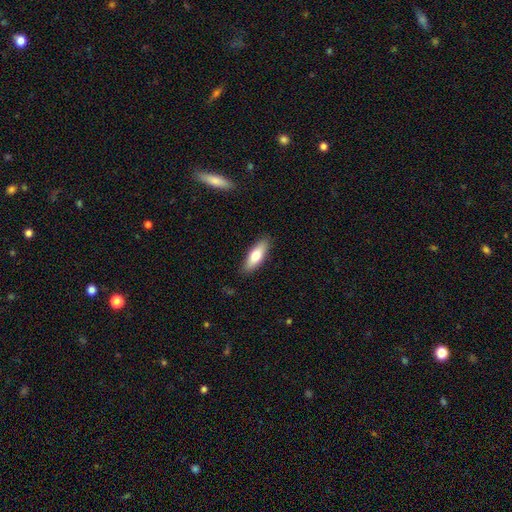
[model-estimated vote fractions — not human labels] A smooth galaxy with no disk features (72%) that is in between round and cigar-shaped (60%). Merging: none (88%).